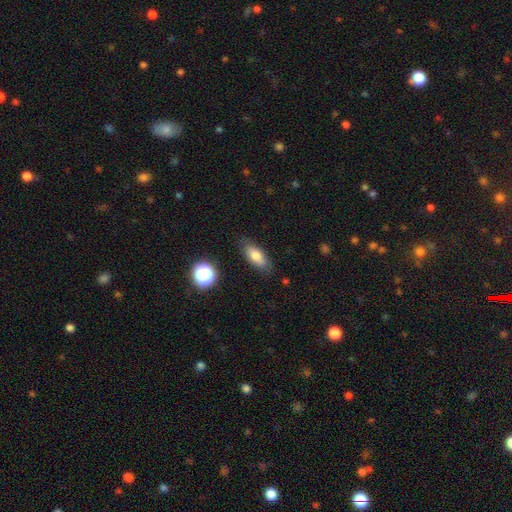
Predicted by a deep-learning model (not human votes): Smooth or featured?
  - smooth: 76% *
  - featured or disk: 15%
  - star or artifact: 9%
How rounded?
  - in between: 78% *
  - cigar-shaped: 17%
  - round: 5%
Merging?
  - none: 82% *
  - minor disturbance: 13%
  - major disturbance: 3%
  - merger: 2%